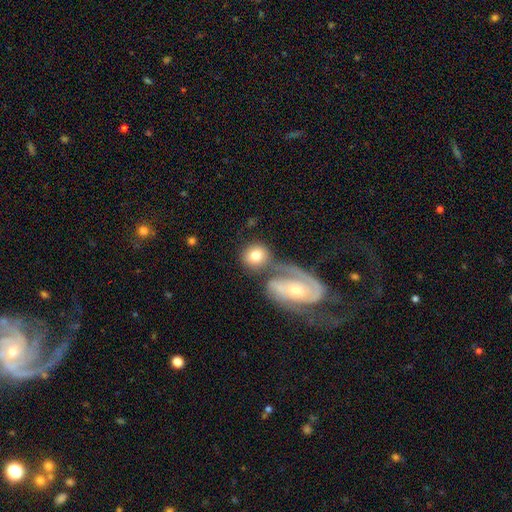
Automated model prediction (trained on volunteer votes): A smooth galaxy with no disk features (70%) that is round (75%).

Vote fractions:
- Smooth or featured? smooth: 70% / featured or disk: 24% / star or artifact: 6%
- How rounded? round: 75% / in between: 24% / cigar-shaped: 2%
- Merging? none: 47% / merger: 37% / minor disturbance: 11% / major disturbance: 6%